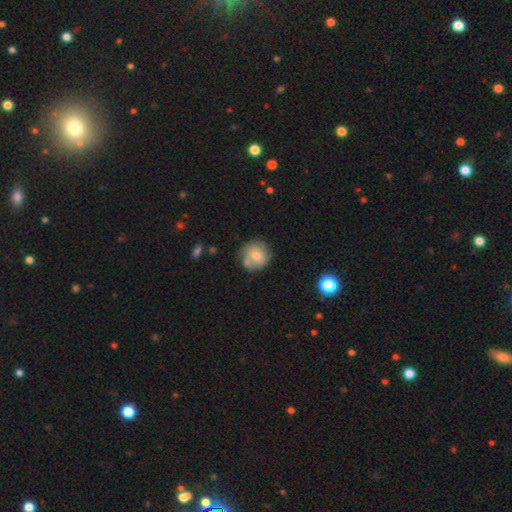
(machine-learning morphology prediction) Overall: smooth (62%; featured or disk 30%). How rounded: round (89%). Merging: none (62%).